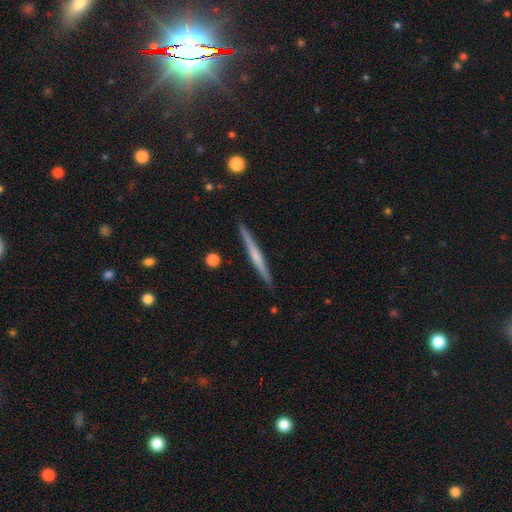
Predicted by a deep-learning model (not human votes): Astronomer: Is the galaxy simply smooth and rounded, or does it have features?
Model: featured or disk — 60%.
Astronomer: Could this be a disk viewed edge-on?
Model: yes — 98%.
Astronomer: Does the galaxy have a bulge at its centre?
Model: none — 55% (runner-up: rounded, 35%).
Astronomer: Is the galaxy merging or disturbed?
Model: none — 91%.